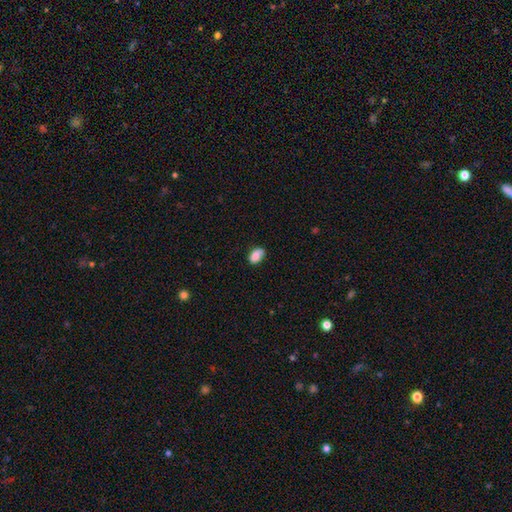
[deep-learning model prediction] smooth 82%, featured or disk 10%, star or artifact 8%. Down the decision tree: how rounded — in between (88%); merging — none (70%).